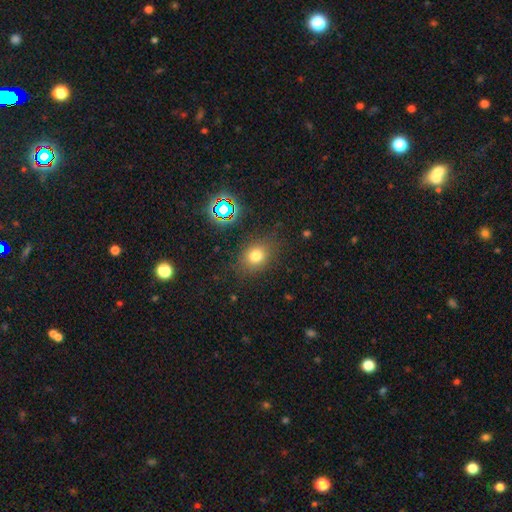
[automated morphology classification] This appears to be a smooth galaxy with no disk features (71%) that is round (57%). Merging: none (79%).